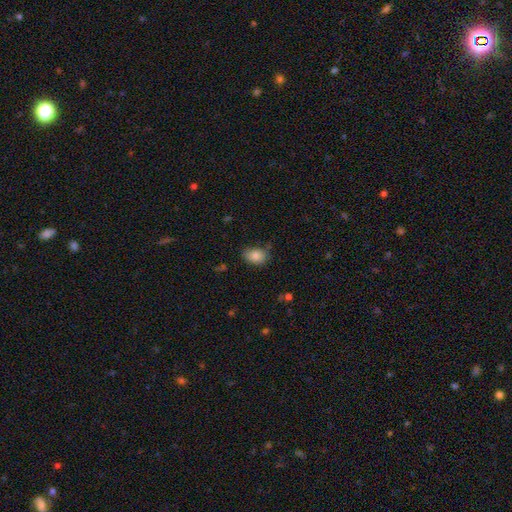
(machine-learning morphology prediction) Smooth or featured? Predicted: smooth (p=0.84). How rounded? Predicted: in between (p=0.79). Merging? Predicted: none (p=0.67).